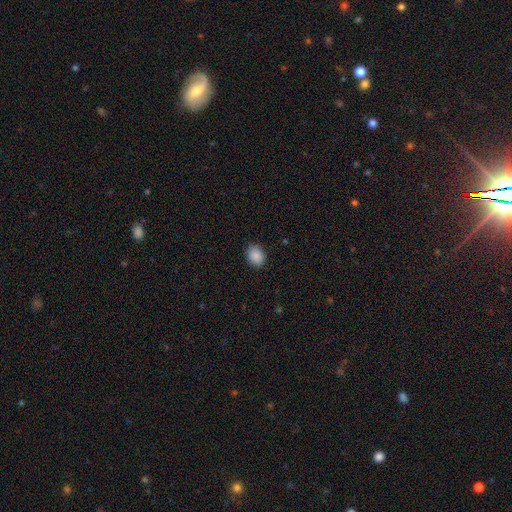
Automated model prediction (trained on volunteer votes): smooth_or_featured: smooth (p=0.89) [alt: star or artifact p=0.08]
how_rounded: in between (p=0.61) [alt: round p=0.38]
merging: none (p=0.88) [alt: minor disturbance p=0.09]